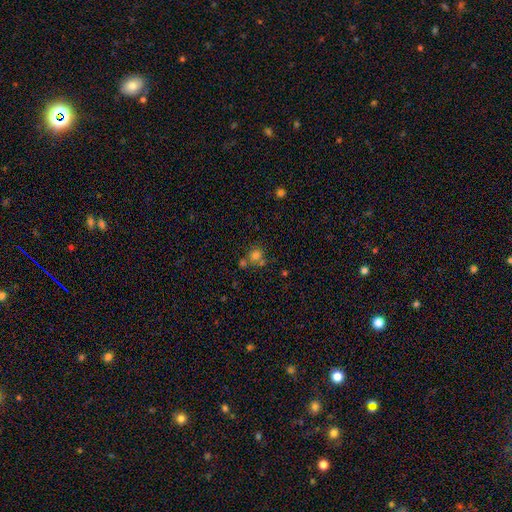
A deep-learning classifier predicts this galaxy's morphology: Q: Smooth or featured?
A: smooth (73%); runner-up: star or artifact (18%)
Q: How rounded?
A: round (87%); runner-up: in between (12%)
Q: Merging?
A: none (58%); runner-up: merger (28%)